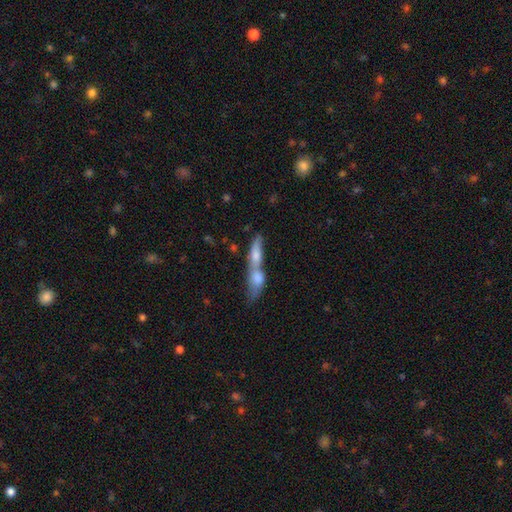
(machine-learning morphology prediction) A smooth galaxy with no disk features (55%) that is cigar-shaped (57%).

Vote fractions:
- Smooth or featured? smooth: 55% / featured or disk: 35% / star or artifact: 10%
- How rounded? cigar-shaped: 57% / in between: 36% / round: 7%
- Merging? merger: 72% / none: 18% / minor disturbance: 6% / major disturbance: 5%